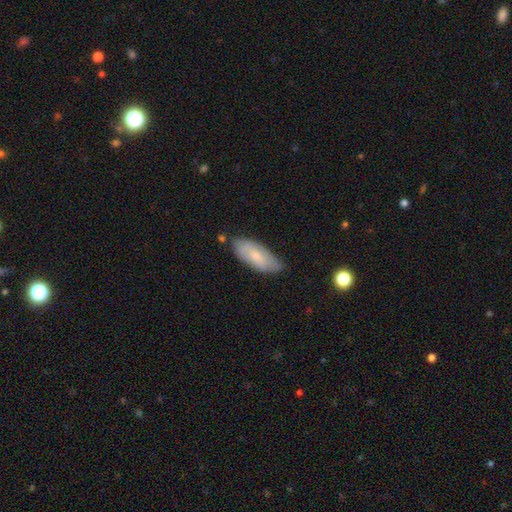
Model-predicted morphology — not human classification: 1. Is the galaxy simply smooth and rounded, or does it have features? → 68% smooth, 26% featured or disk, 6% star or artifact.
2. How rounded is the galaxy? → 79% in between, 19% cigar-shaped, 2% round.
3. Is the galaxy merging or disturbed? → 71% none, 22% minor disturbance, 4% major disturbance, 3% merger.